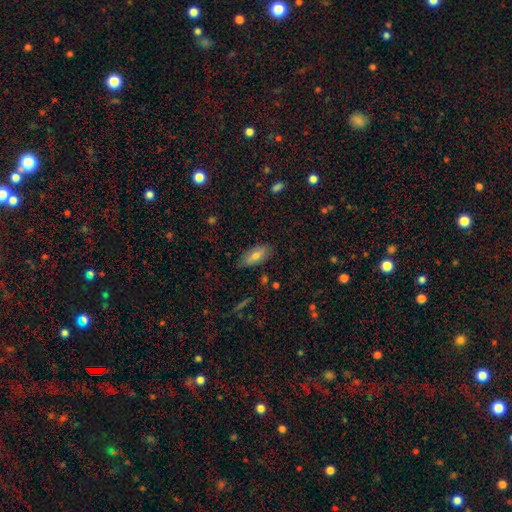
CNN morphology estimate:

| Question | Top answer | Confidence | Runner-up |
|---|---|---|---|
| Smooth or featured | smooth | 63% | featured or disk (28%) |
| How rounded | in between | 81% | cigar-shaped (16%) |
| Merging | none | 82% | minor disturbance (14%) |